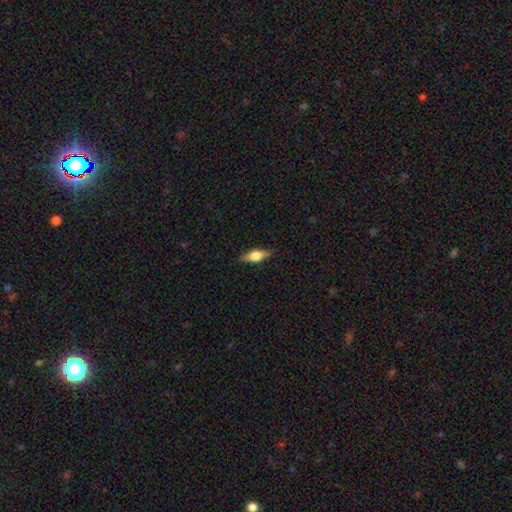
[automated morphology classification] Smooth or featured?
  - featured or disk: 49% *
  - smooth: 44%
  - star or artifact: 8%
Merging?
  - none: 85% *
  - minor disturbance: 11%
  - major disturbance: 2%
  - merger: 1%